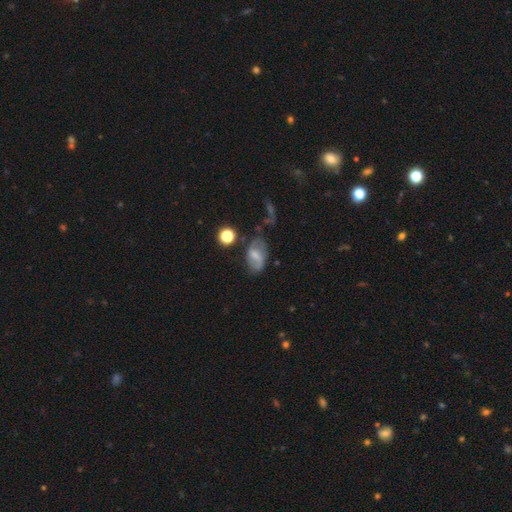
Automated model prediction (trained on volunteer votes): A smooth galaxy with no disk features (47%). Merging: none (60%).